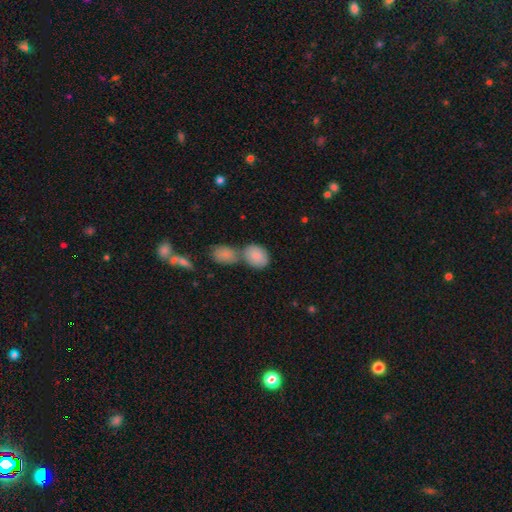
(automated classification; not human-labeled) This appears to be a smooth galaxy with no disk features (85%) that is in between round and cigar-shaped (61%). Merging: merger (51%).